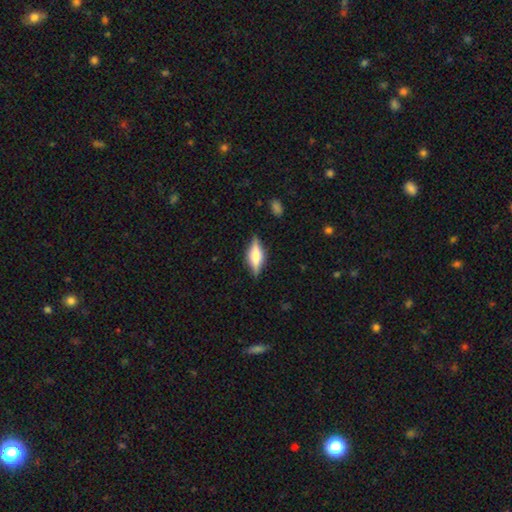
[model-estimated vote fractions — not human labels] This appears to be a featured or disk galaxy (62%) viewed edge-on (95%) with a rounded central bulge (82%). Merging: none (85%).